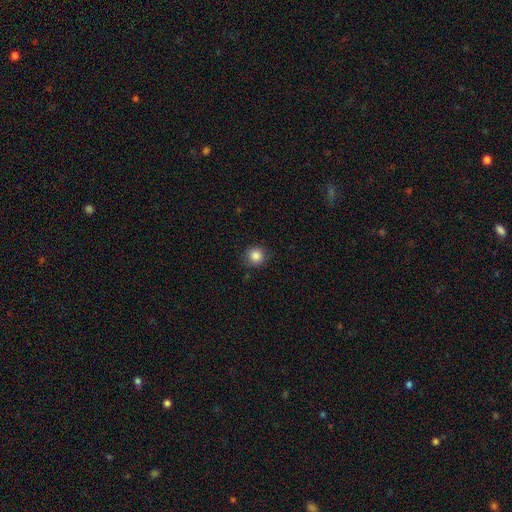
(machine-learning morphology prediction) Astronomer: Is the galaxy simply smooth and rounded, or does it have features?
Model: smooth — 86%.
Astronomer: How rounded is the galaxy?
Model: round — 92%.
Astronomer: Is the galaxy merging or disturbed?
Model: none — 86%.